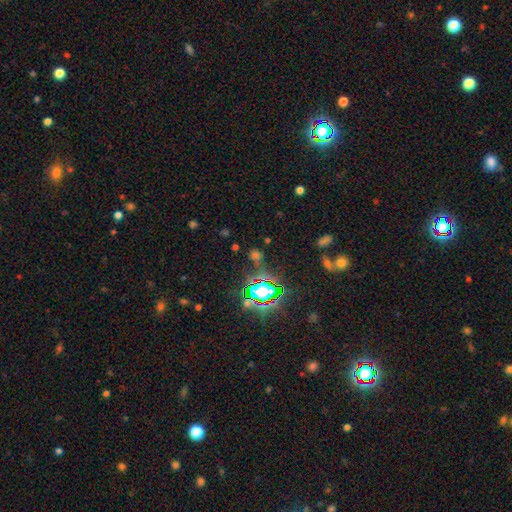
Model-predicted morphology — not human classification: Smooth or featured: star or artifact — 56% (smooth — 35%)